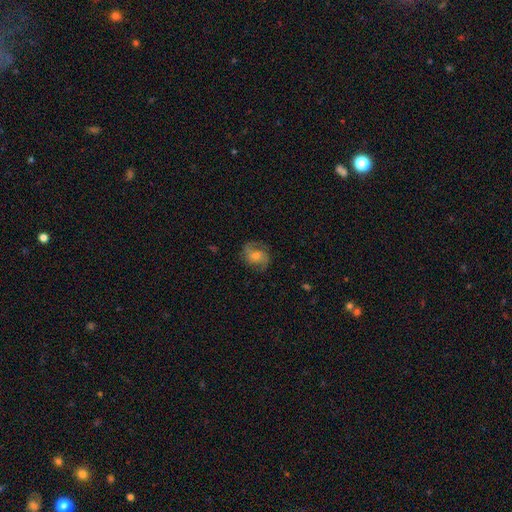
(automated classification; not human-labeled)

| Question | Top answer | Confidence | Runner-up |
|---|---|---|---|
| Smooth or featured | featured or disk | 76% | smooth (15%) |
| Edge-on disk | no | 97% | yes (3%) |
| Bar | no | 60% | weak (32%) |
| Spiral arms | yes | 94% | no (6%) |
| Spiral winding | medium | 52% | tight (26%) |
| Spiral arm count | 2 | 85% | can't tell (6%) |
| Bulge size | moderate | 54% | small (34%) |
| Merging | none | 78% | minor disturbance (14%) |